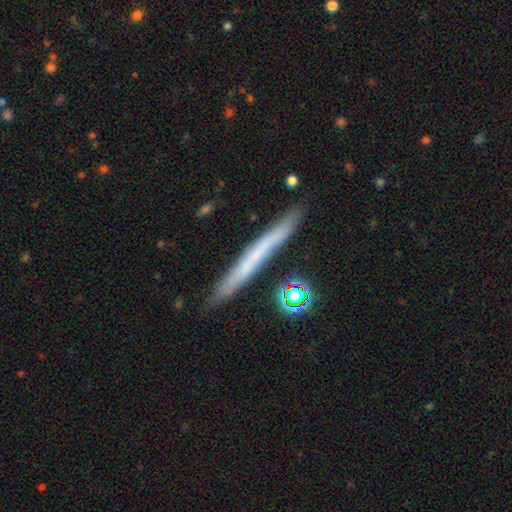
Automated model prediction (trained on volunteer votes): The model was most divided on "smooth or featured": smooth: 48%, featured or disk: 44%, star or artifact: 8%. More confident: merging — none (85%).